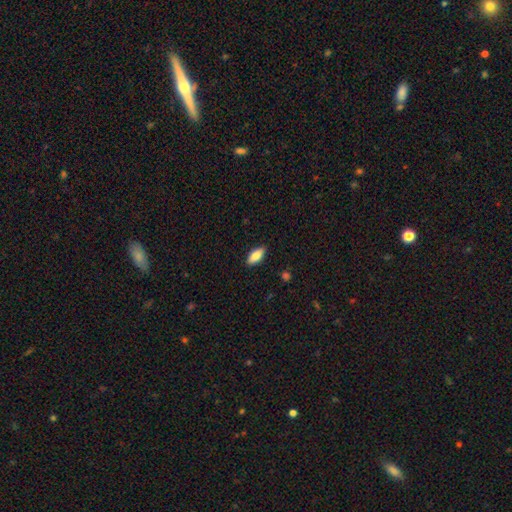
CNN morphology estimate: Smooth or featured? Predicted: smooth (p=0.82). How rounded? Predicted: in between (p=0.86). Merging? Predicted: none (p=0.89).